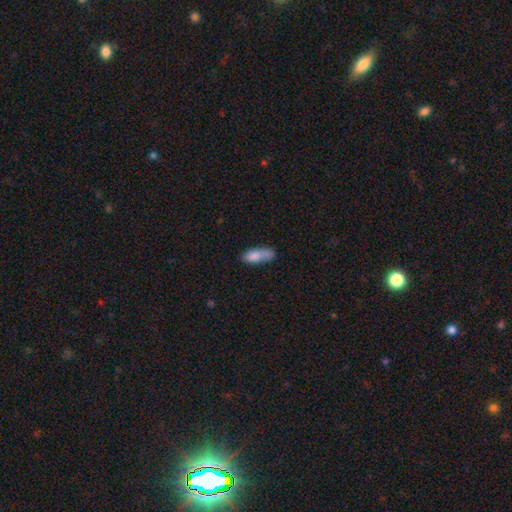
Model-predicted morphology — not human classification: The model was most divided on "merging": none: 43%, minor disturbance: 26%, merger: 20%, major disturbance: 11%. More confident: smooth or featured — smooth (80%); how rounded — in between (68%).